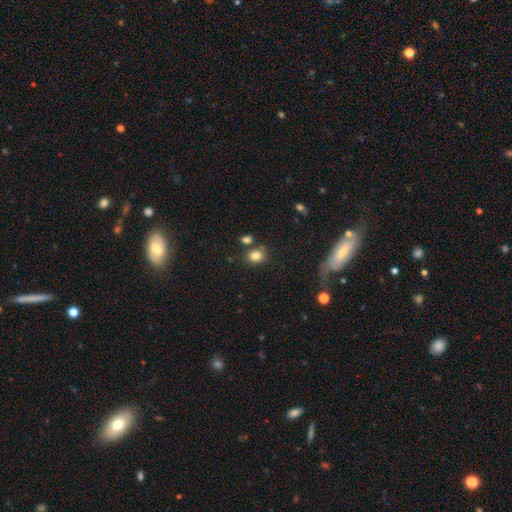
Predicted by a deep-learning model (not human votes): This appears to be a smooth galaxy with no disk features (81%) that is round (57%). Merging: none (71%).